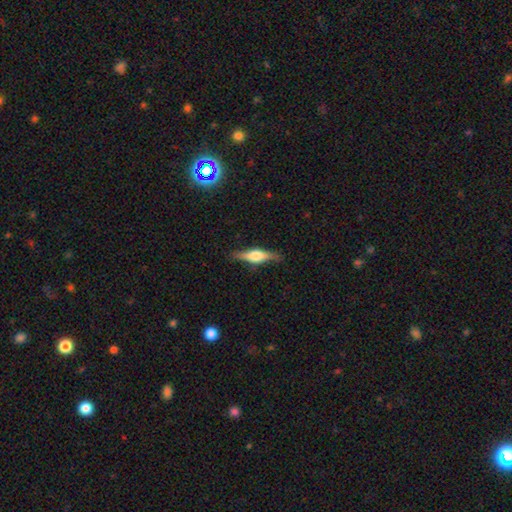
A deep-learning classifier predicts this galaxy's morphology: This is likely a featured or disk galaxy (66%). It is clearly viewed edge-on (96%). Edge-on bulge: clearly rounded (86%). Merging: clearly none (84%).